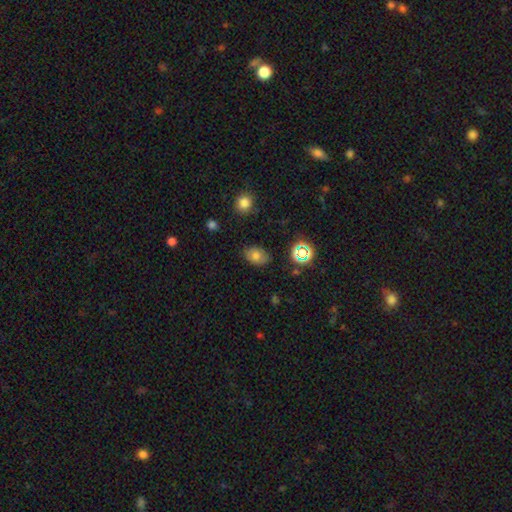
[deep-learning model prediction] Smooth or featured? smooth (72%)
How rounded? in between (79%)
Merging? none (81%)